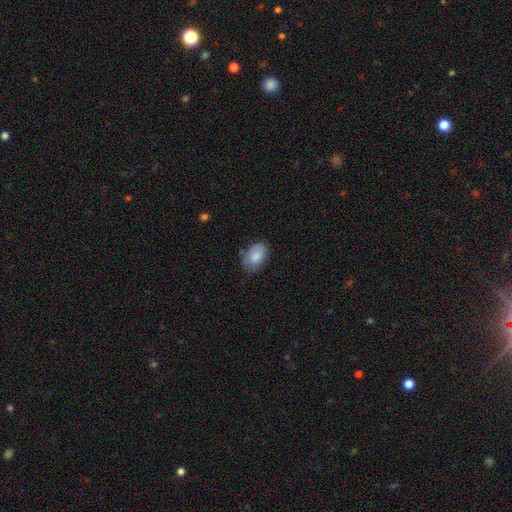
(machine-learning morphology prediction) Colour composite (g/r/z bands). It shows a smooth galaxy with no disk features (81%) that is in between round and cigar-shaped (89%). Merging: none (71%).